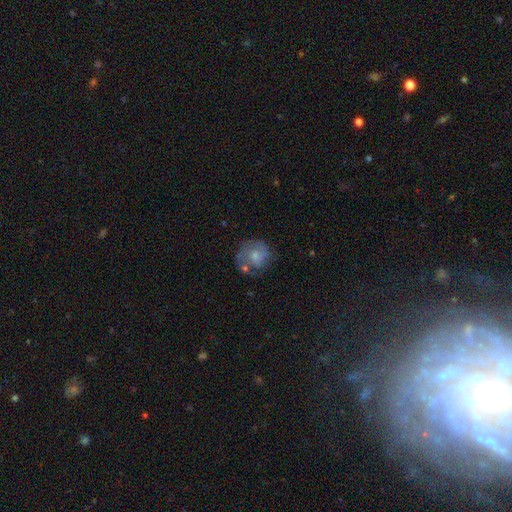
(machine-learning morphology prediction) Smooth or featured? smooth (50%)
Merging? none (52%)